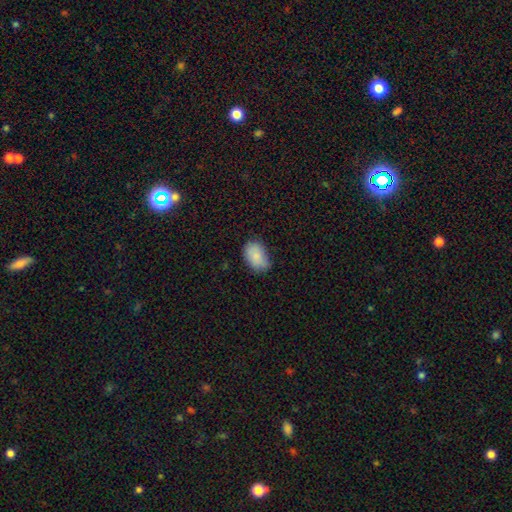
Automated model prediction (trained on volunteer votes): The model was most divided on "merging": none: 65%, minor disturbance: 28%, major disturbance: 6%, merger: 1%. More confident: how rounded — in between (87%); smooth or featured — smooth (85%).